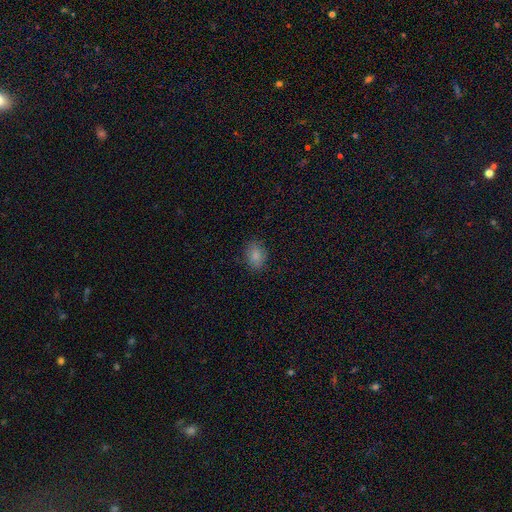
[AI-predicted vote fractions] The model was most divided on "how rounded": in between: 63%, round: 35%, cigar-shaped: 1%. More confident: smooth or featured — smooth (84%); merging — none (84%).